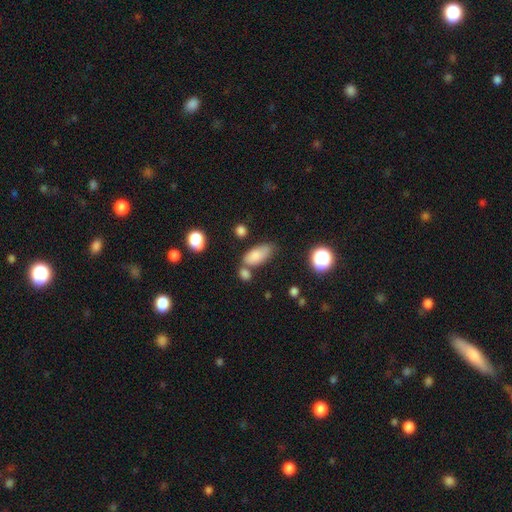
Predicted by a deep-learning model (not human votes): Smooth or featured? smooth (82%)
How rounded? in between (85%)
Merging? none (55%)